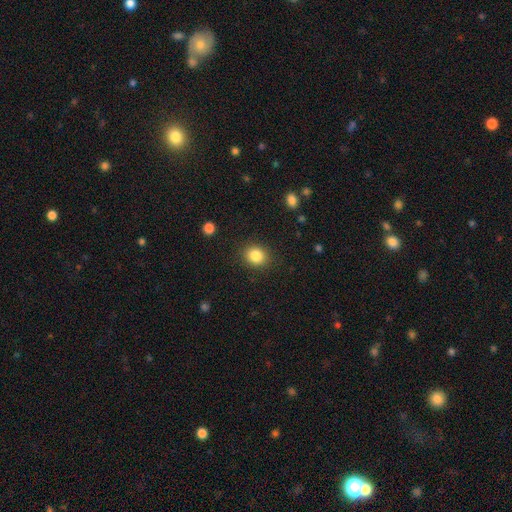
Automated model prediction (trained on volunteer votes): Smooth or featured? smooth (85%)
How rounded? round (73%)
Merging? none (88%)